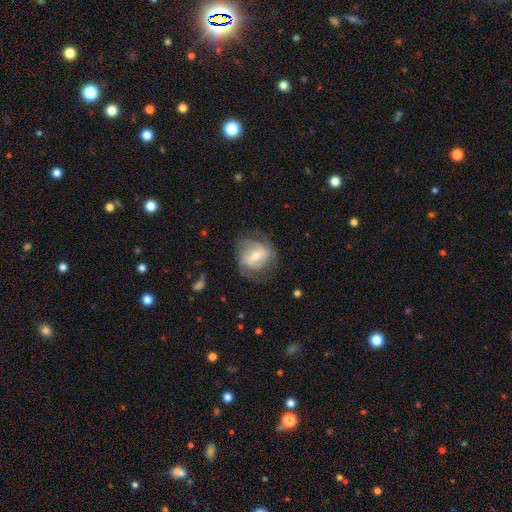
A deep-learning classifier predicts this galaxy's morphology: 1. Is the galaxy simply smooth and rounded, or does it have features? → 63% featured or disk, 30% smooth, 7% star or artifact.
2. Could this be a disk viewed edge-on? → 96% no, 4% yes.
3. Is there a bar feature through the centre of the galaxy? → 47% weak, 27% no, 26% strong.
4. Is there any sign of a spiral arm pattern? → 77% yes, 23% no.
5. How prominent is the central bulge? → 54% moderate, 40% small, 4% large, 1% none, 1% dominant.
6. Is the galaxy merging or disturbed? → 65% none, 21% minor disturbance, 13% major disturbance, 1% merger.